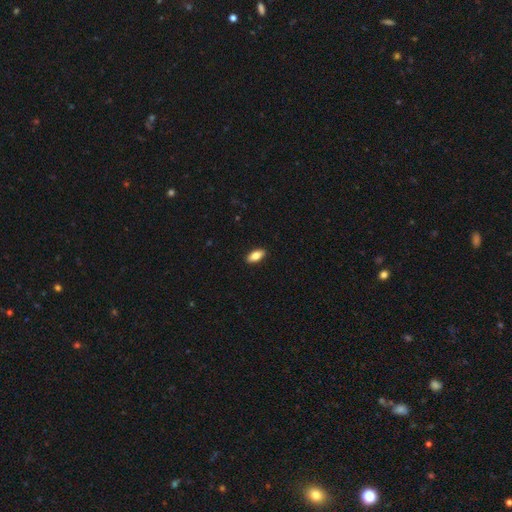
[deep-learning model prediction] Q: Smooth or featured?
A: smooth (82%); runner-up: featured or disk (12%)
Q: How rounded?
A: in between (87%); runner-up: cigar-shaped (10%)
Q: Merging?
A: none (90%); runner-up: minor disturbance (7%)